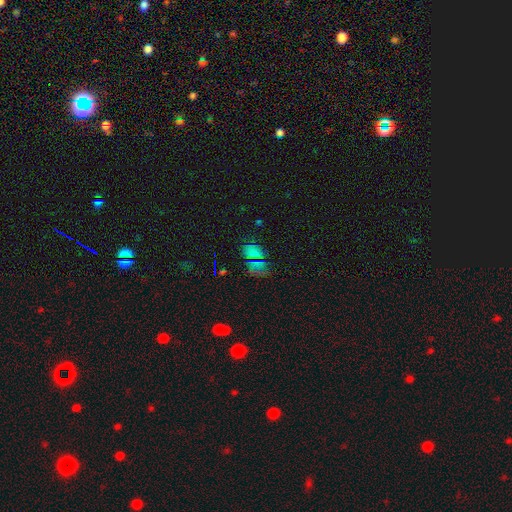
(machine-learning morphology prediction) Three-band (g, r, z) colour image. It shows a smooth galaxy with no disk features (44%). Merging: none (67%).